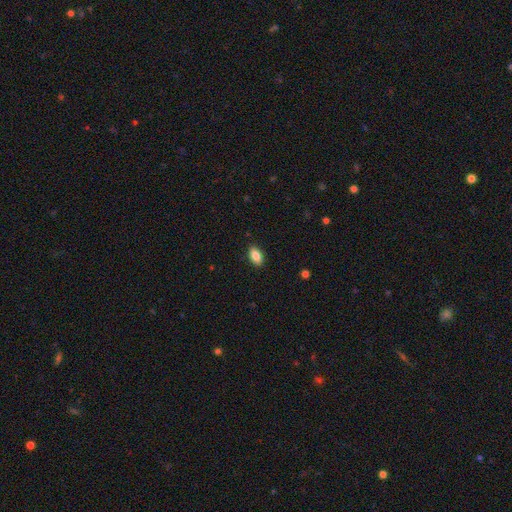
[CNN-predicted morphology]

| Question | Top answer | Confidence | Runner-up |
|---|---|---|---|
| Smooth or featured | smooth | 86% | star or artifact (8%) |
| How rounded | in between | 91% | round (6%) |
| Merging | none | 88% | minor disturbance (9%) |